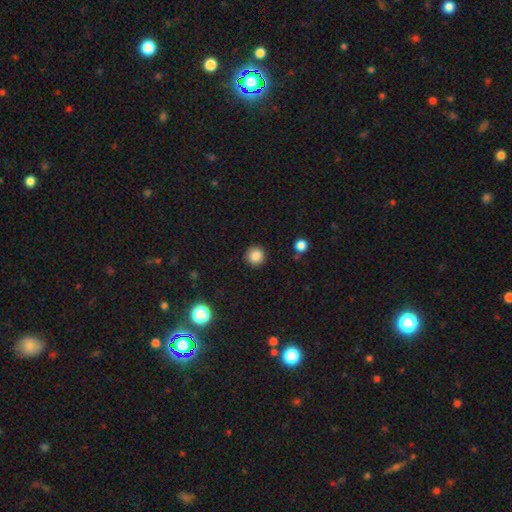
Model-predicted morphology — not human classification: smooth 86%, star or artifact 11%, featured or disk 4%. Down the decision tree: how rounded — round (94%); merging — none (90%).